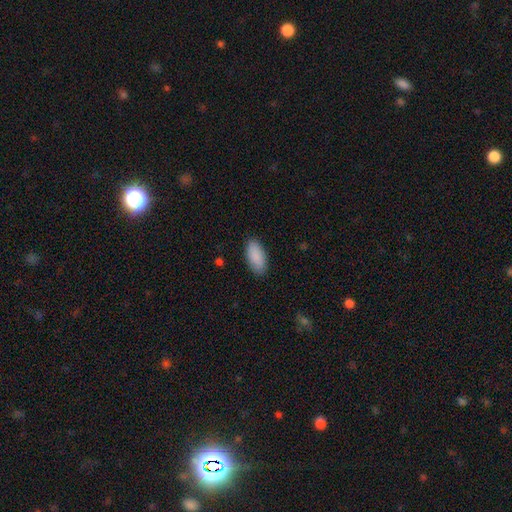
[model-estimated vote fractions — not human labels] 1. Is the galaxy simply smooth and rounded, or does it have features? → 90% smooth, 6% star or artifact, 4% featured or disk.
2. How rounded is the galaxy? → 93% in between, 5% cigar-shaped, 2% round.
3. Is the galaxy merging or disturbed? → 87% none, 9% minor disturbance, 2% major disturbance, 1% merger.